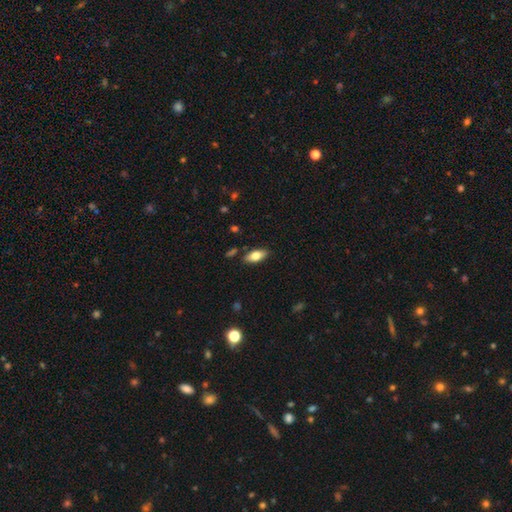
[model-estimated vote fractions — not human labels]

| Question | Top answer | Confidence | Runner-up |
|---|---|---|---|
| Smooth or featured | smooth | 72% | featured or disk (21%) |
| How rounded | in between | 86% | cigar-shaped (11%) |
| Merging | none | 84% | minor disturbance (11%) |